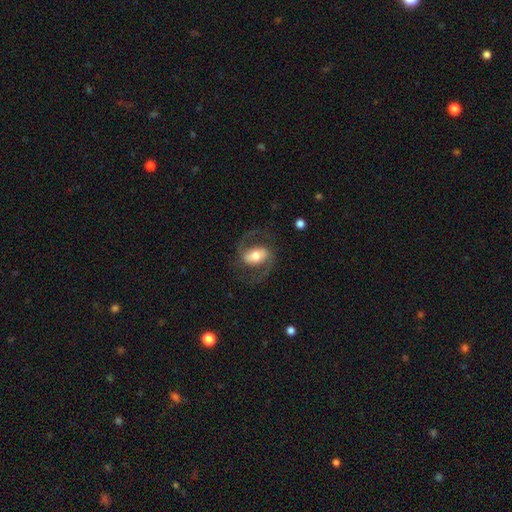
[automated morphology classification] smooth_or_featured: featured or disk (p=0.79) [alt: smooth p=0.15]
disk_edge_on: no (p=0.97) [alt: yes p=0.03]
bar: strong (p=0.37) [tied with: weak p=0.37]
has_spiral_arms: yes (p=0.92) [alt: no p=0.08]
spiral_winding: medium (p=0.57) [alt: loose p=0.29]
spiral_arm_count: 2 (p=0.92) [alt: can't tell p=0.03]
bulge_size: moderate (p=0.63) [alt: large p=0.20]
merging: none (p=0.74) [alt: minor disturbance p=0.13]